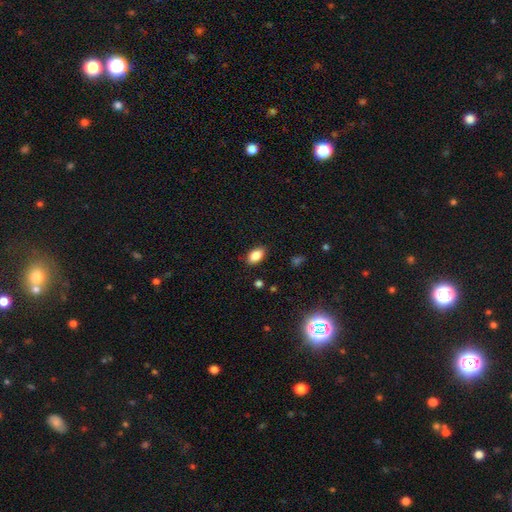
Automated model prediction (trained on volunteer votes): Smooth or featured? Predicted: smooth (p=0.86). How rounded? Predicted: in between (p=0.91). Merging? Predicted: none (p=0.86).